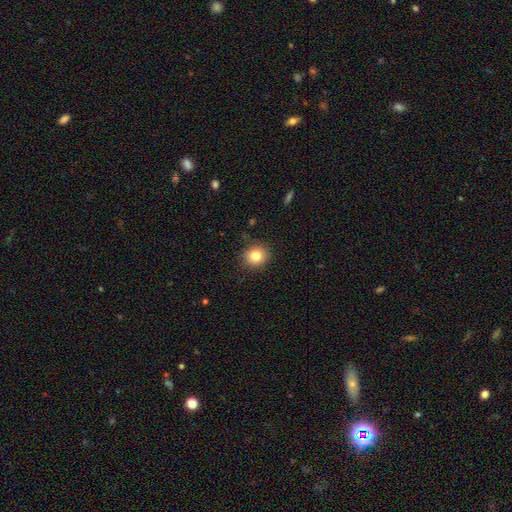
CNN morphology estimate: Smooth or featured?
  - smooth: 82% *
  - star or artifact: 11%
  - featured or disk: 7%
How rounded?
  - round: 81% *
  - in between: 18%
  - cigar-shaped: 1%
Merging?
  - none: 87% *
  - minor disturbance: 9%
  - major disturbance: 2%
  - merger: 1%